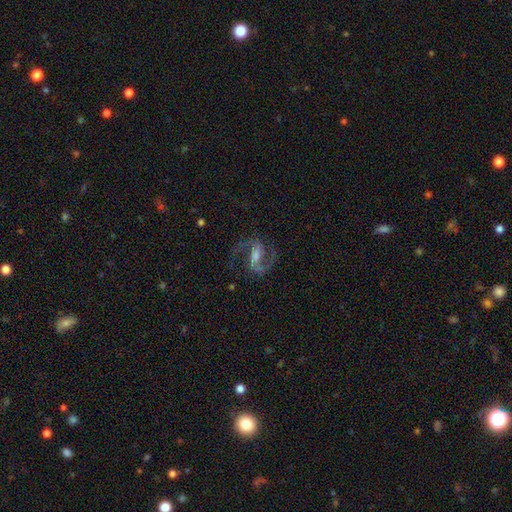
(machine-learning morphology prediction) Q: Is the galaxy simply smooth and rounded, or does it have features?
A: featured or disk — 90%.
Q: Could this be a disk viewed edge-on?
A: no — 97%.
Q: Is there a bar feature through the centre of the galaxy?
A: weak — 44%.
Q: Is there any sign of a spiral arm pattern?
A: yes — 98%.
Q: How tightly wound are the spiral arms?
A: medium — 64%.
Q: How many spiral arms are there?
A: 2 — 94%.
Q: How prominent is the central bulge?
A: moderate — 44%.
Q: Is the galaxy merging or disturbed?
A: none — 78%.